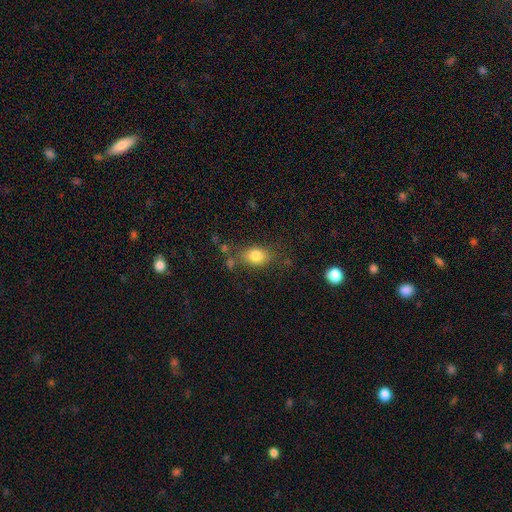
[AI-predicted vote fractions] Smooth or featured? smooth (79%)
How rounded? in between (71%)
Merging? none (69%)